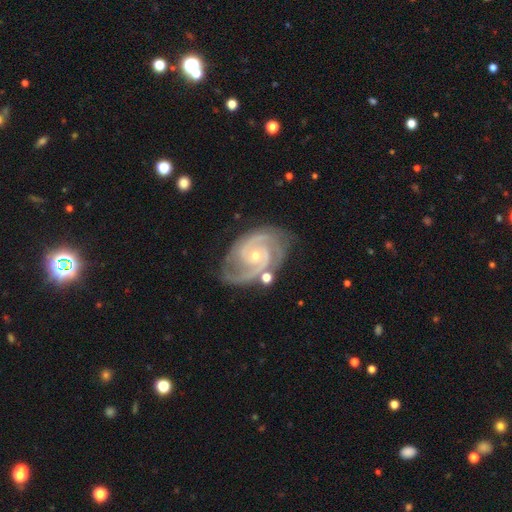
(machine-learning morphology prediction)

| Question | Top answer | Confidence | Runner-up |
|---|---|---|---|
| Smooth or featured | featured or disk | 92% | star or artifact (5%) |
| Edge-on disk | no | 98% | yes (2%) |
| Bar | no | 66% | weak (26%) |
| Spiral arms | yes | 98% | no (2%) |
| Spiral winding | tight | 57% | medium (38%) |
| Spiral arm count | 2 | 66% | 3 (21%) |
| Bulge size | small | 66% | moderate (31%) |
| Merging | none | 73% | minor disturbance (17%) |